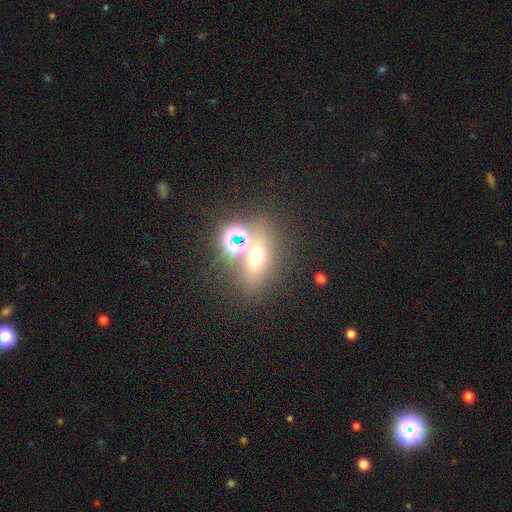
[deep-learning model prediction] Smooth or featured? smooth (49%)
Merging? none (61%)